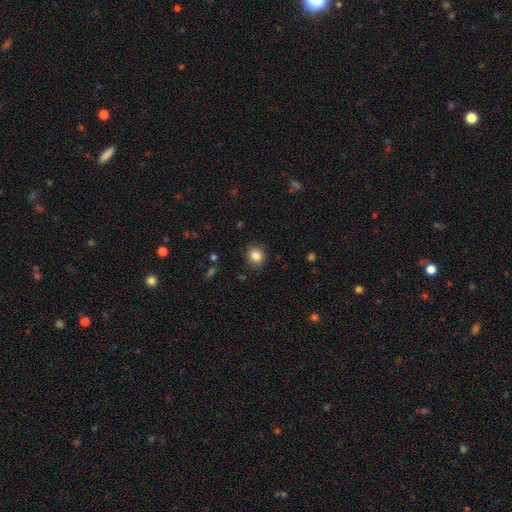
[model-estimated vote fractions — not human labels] smooth-or-featured: smooth: 84% | star or artifact: 10% | featured or disk: 5%
  how-rounded: round: 80% | in between: 19% | cigar-shaped: 1%
  merging: none: 89% | minor disturbance: 8% | major disturbance: 2% | merger: 1%